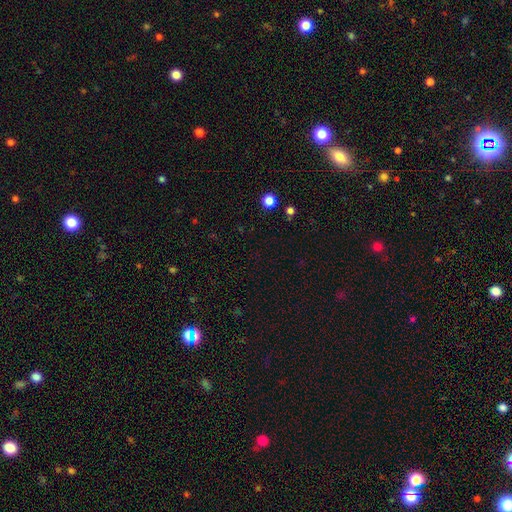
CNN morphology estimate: type=star or artifact (63%).